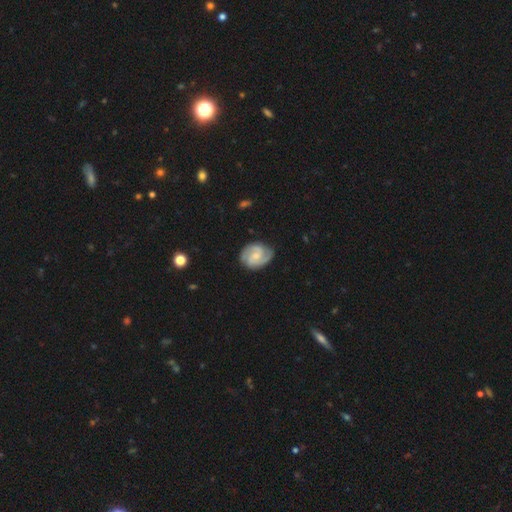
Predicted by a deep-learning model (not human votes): Smooth or featured? Predicted: featured or disk (p=0.84). Edge-on disk? Predicted: no (p=0.98). Bar? Predicted: no (p=0.47). Spiral arms? Predicted: yes (p=0.97). Spiral winding? Predicted: medium (p=0.48). Spiral arm count? Predicted: 2 (p=0.83). Bulge size? Predicted: small (p=0.53). Merging? Predicted: none (p=0.81).